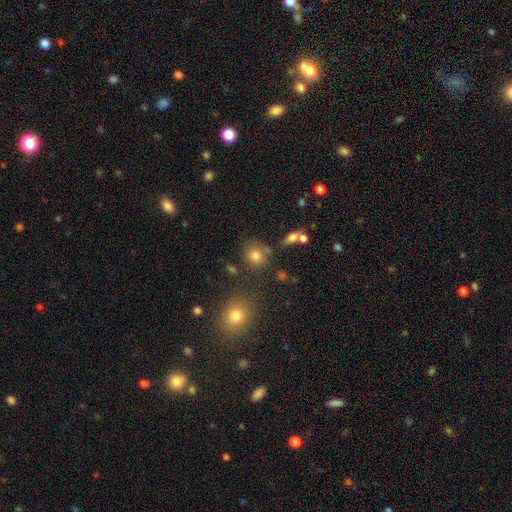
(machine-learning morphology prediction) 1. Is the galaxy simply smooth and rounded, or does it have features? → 78% smooth, 13% star or artifact, 9% featured or disk.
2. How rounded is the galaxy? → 83% round, 16% in between, 1% cigar-shaped.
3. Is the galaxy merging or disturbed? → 71% none, 13% minor disturbance, 11% merger, 5% major disturbance.